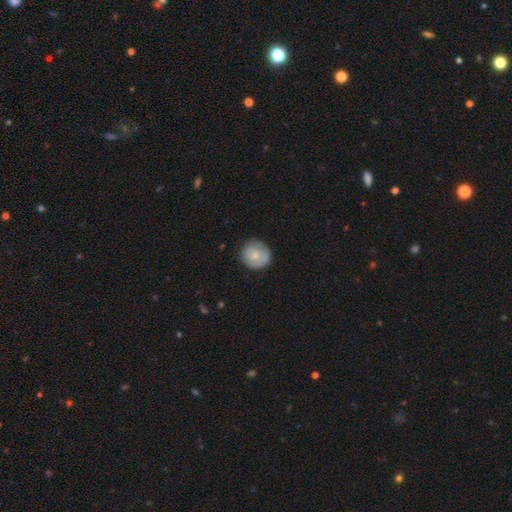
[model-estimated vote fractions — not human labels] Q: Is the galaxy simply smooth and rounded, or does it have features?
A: smooth — 77%.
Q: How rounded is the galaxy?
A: round — 93%.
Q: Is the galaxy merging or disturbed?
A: none — 81%.